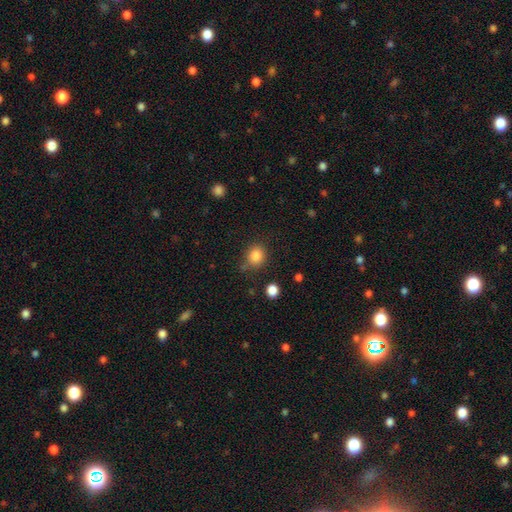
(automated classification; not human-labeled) A smooth galaxy with no disk features (84%) that is round (74%). Merging: none (75%).